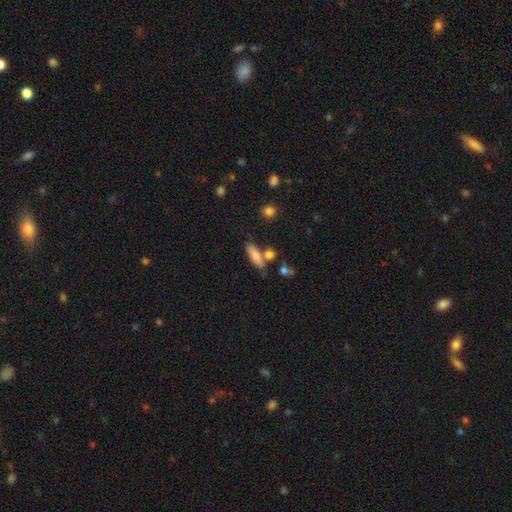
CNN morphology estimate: Smooth or featured? Predicted: smooth (p=0.78). How rounded? Predicted: in between (p=0.52). Merging? Predicted: none (p=0.64).